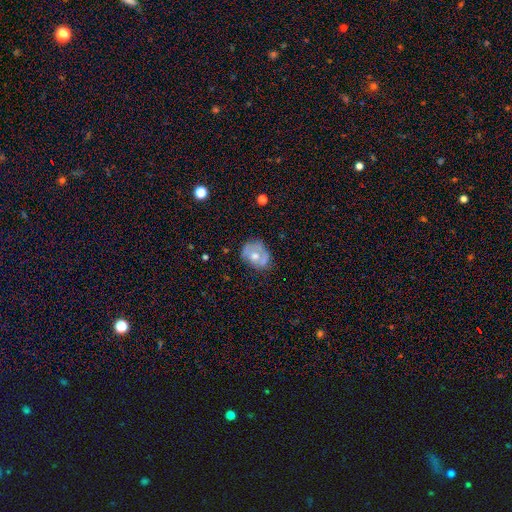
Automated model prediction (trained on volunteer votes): Smooth or featured?
  - smooth: 49% *
  - featured or disk: 42%
  - star or artifact: 8%
Merging?
  - none: 54% *
  - minor disturbance: 28%
  - major disturbance: 13%
  - merger: 4%